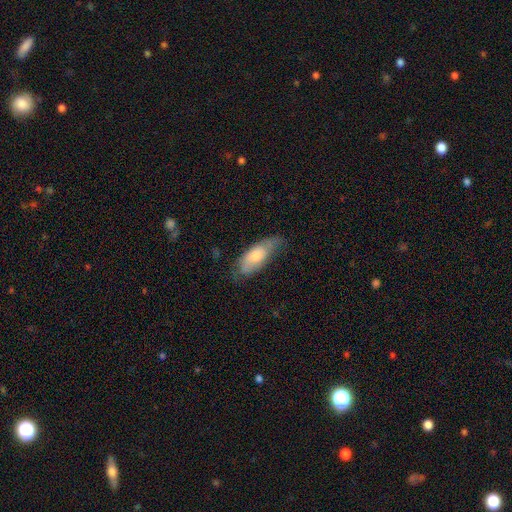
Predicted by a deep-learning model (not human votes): Overall: smooth (64%; featured or disk 30%). How rounded: in between (76%). Merging: none (50%; minor disturbance 36%).